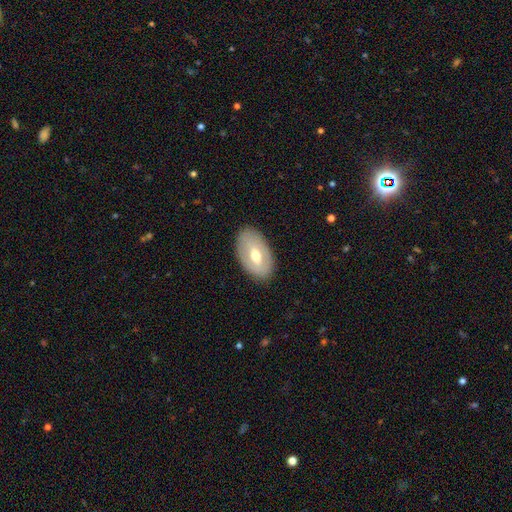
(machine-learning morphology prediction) smooth-or-featured: featured or disk: 48% | smooth: 46% | star or artifact: 6%
  merging: none: 85% | minor disturbance: 11% | major disturbance: 3% | merger: 1%